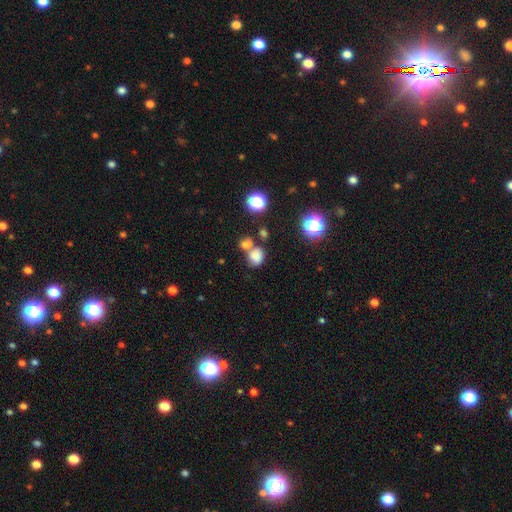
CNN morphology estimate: smooth 77%, star or artifact 15%, featured or disk 9%. Down the decision tree: how rounded — round (59%); merging — merger (42%).